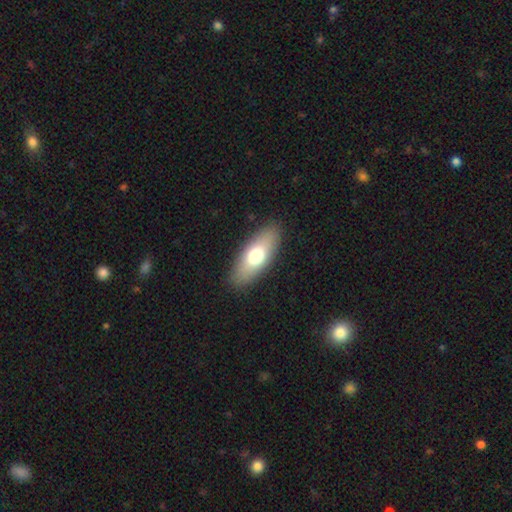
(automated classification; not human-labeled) A smooth galaxy with no disk features (68%) that is in between round and cigar-shaped (77%).

Vote fractions:
- Smooth or featured? smooth: 68% / featured or disk: 25% / star or artifact: 7%
- How rounded? in between: 77% / cigar-shaped: 20% / round: 3%
- Merging? none: 88% / minor disturbance: 8% / major disturbance: 3% / merger: 1%